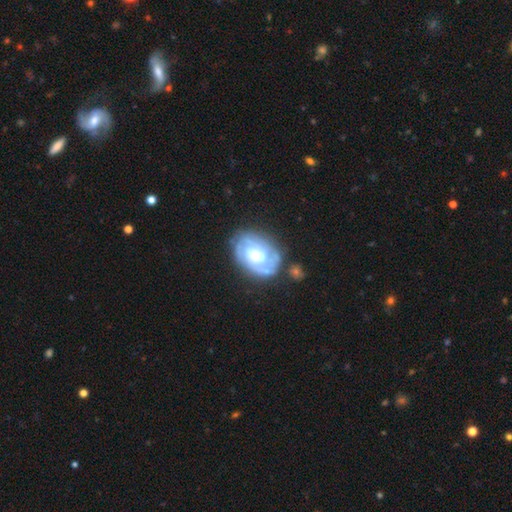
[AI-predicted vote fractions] This is clearly a featured or disk galaxy (82%). It is clearly not viewed edge-on (97%). Bar: likely no (63%). Spiral arm pattern: clearly yes (90%). Spiral arm count: marginally 2 (36%). Spiral winding: likely tight (66%). Central bulge: likely moderate (65%). Merging: likely none (69%).